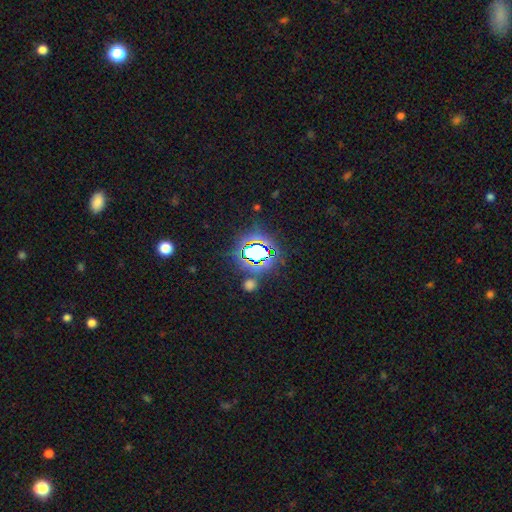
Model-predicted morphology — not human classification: Smooth or featured: star or artifact — 69% (smooth — 21%)